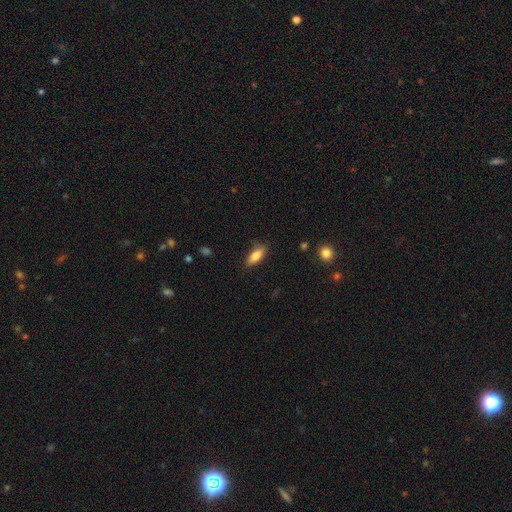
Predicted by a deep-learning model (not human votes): Smooth or featured?
  - smooth: 83% *
  - featured or disk: 10%
  - star or artifact: 7%
How rounded?
  - in between: 78% *
  - cigar-shaped: 20%
  - round: 3%
Merging?
  - none: 80% *
  - minor disturbance: 16%
  - major disturbance: 3%
  - merger: 1%